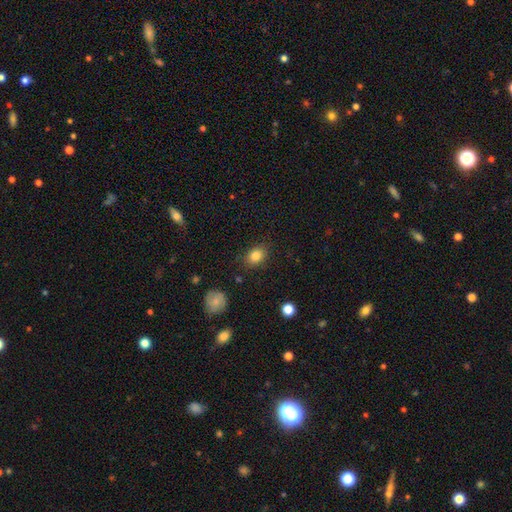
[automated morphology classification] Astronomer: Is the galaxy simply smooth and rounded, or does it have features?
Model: smooth — 83%.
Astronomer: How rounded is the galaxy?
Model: in between — 66%.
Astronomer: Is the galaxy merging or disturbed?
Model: none — 83%.